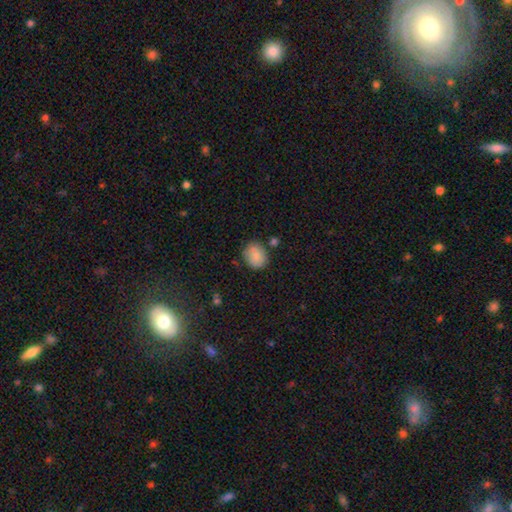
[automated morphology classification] A smooth galaxy with no disk features (83%) that is round (61%).

Vote fractions:
- Smooth or featured? smooth: 83% / featured or disk: 9% / star or artifact: 8%
- How rounded? round: 61% / in between: 38% / cigar-shaped: 1%
- Merging? none: 75% / minor disturbance: 16% / merger: 5% / major disturbance: 4%